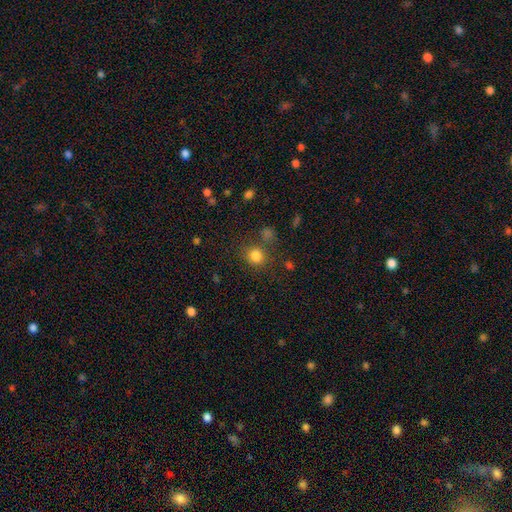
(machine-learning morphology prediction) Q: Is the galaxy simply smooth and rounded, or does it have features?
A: smooth — 81%.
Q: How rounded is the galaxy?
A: round — 85%.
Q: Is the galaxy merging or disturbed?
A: none — 75%.